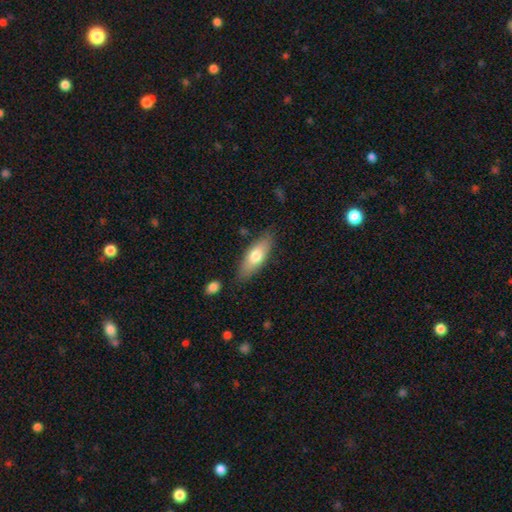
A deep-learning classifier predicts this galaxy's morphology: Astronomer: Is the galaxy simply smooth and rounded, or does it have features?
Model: smooth — 69%.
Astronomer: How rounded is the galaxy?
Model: in between — 63%.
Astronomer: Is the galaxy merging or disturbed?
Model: none — 81%.